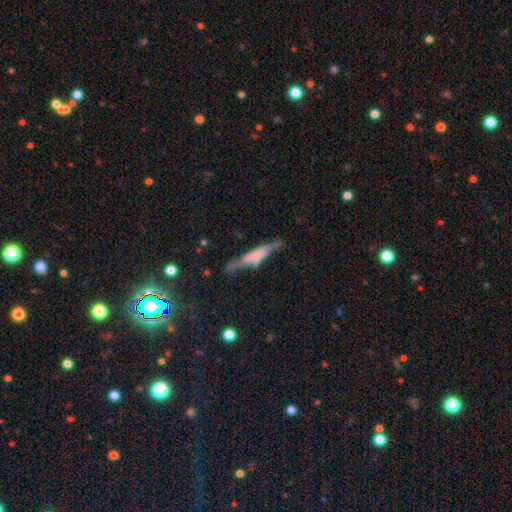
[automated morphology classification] Smooth or featured: featured or disk — 49% (smooth — 43%)
Merging: none — 56% (minor disturbance — 26%)